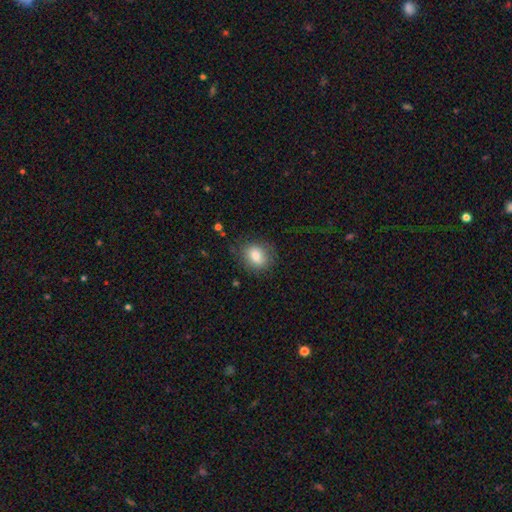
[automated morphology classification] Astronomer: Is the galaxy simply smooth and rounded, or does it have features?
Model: smooth — 81%.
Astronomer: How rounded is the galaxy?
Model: in between — 53% (runner-up: round, 46%).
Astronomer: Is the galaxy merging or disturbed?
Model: none — 77%.